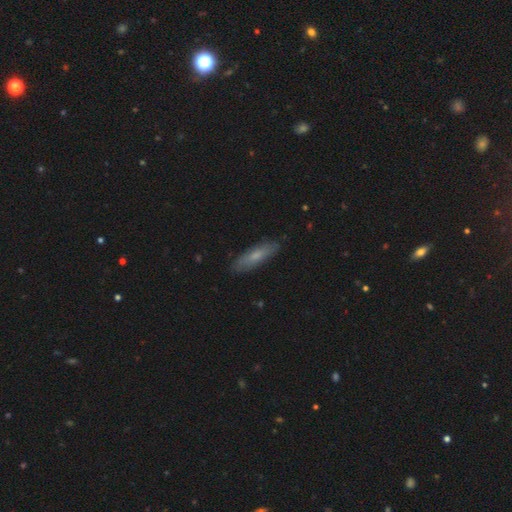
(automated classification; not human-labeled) The model was most divided on "how rounded": cigar-shaped: 67%, in between: 31%, round: 2%. More confident: merging — none (85%); smooth or featured — smooth (66%).